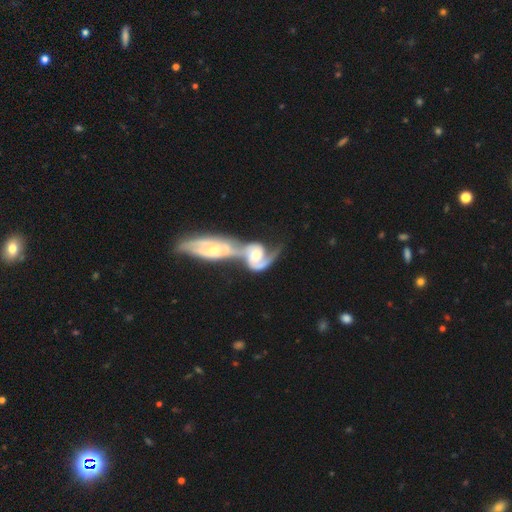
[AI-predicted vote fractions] This appears to be a featured or disk galaxy (82%) with no bar (52%), 2 (70%) medium (40%) spiral arms (93%) and a moderate central bulge (54%). Merging: merger (82%).